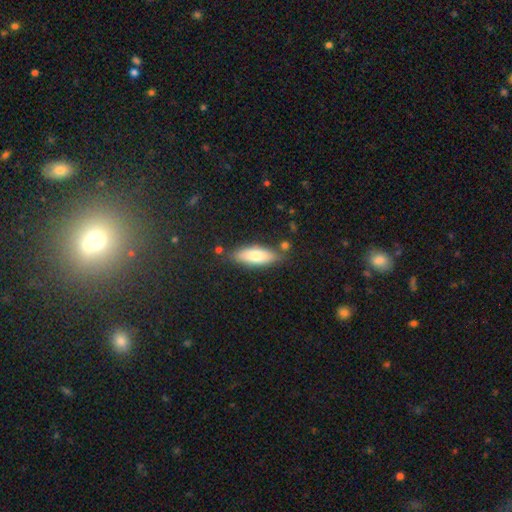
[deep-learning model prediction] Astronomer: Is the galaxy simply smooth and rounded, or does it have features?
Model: smooth — 75%.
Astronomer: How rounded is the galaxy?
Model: in between — 64%.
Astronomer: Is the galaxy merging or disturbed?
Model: none — 79%.